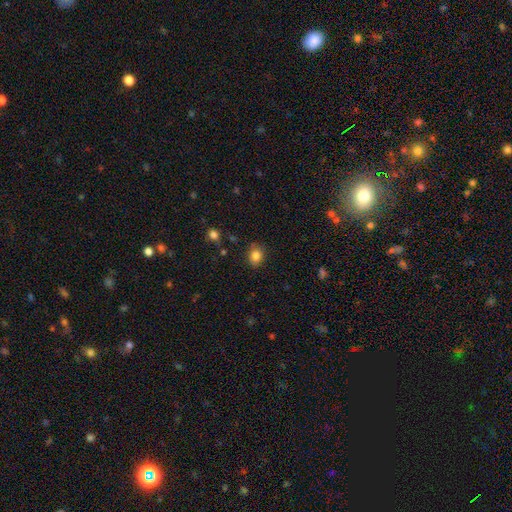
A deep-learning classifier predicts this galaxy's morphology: smooth 83%, star or artifact 11%, featured or disk 6%. Down the decision tree: how rounded — round (52%); merging — none (81%).